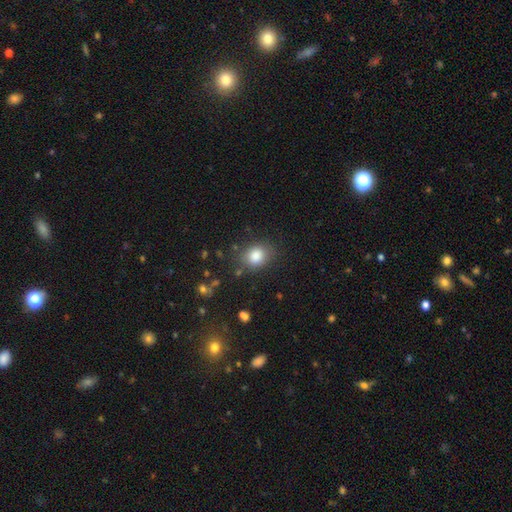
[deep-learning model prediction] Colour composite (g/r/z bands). It shows a smooth galaxy with no disk features (84%) that is in between round and cigar-shaped (50%). Merging: none (77%).